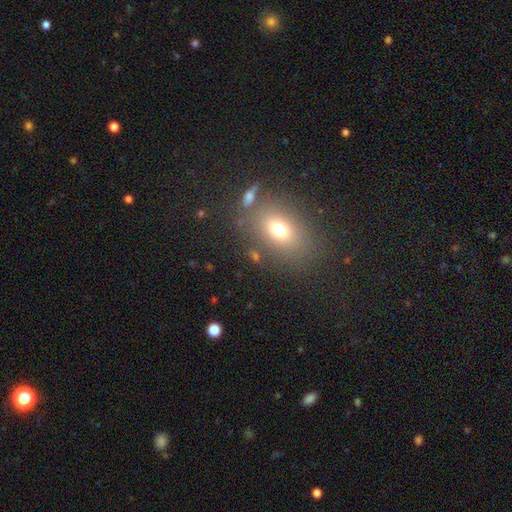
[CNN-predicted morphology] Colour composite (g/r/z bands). It shows a smooth galaxy with no disk features (67%) that is in between round and cigar-shaped (68%). Merging: none (76%).